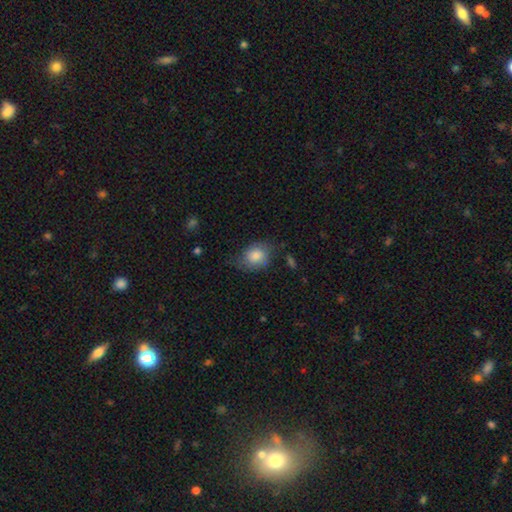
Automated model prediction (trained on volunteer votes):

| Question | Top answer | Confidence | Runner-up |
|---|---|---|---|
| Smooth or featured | smooth | 81% | featured or disk (11%) |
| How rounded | in between | 56% | round (43%) |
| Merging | none | 62% | minor disturbance (28%) |